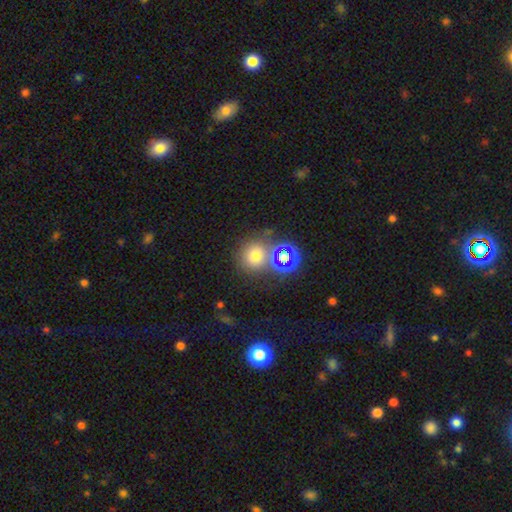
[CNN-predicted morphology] Q: Smooth or featured?
A: smooth (64%); runner-up: star or artifact (26%)
Q: How rounded?
A: round (87%); runner-up: in between (12%)
Q: Merging?
A: none (62%); runner-up: merger (23%)